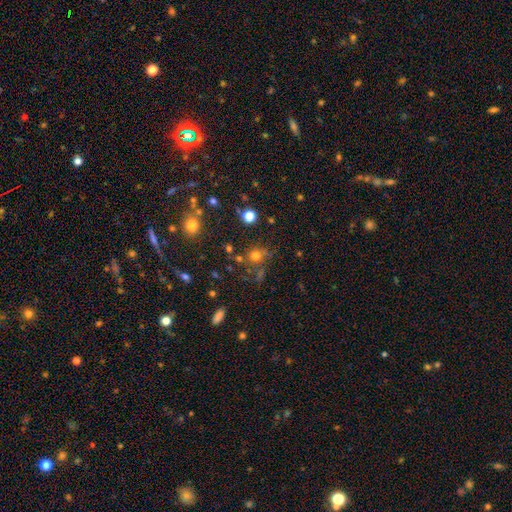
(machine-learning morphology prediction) The model was most divided on "smooth or featured": smooth: 69%, star or artifact: 23%, featured or disk: 9%. More confident: how rounded — round (82%); merging — none (66%).